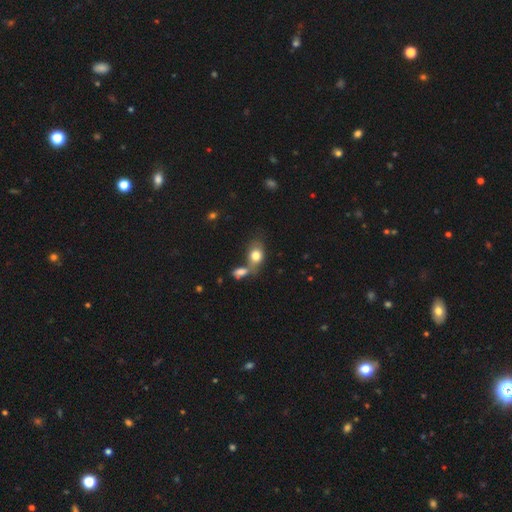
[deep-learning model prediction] Overall: smooth (78%). How rounded: in between (74%). Merging: merger (40%, tied with none).